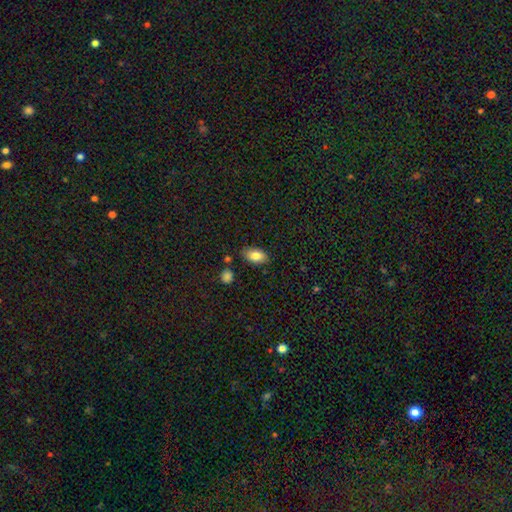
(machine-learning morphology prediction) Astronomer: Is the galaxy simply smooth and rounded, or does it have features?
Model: smooth — 83%.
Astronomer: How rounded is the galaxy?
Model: in between — 92%.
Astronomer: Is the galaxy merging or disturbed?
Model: none — 82%.